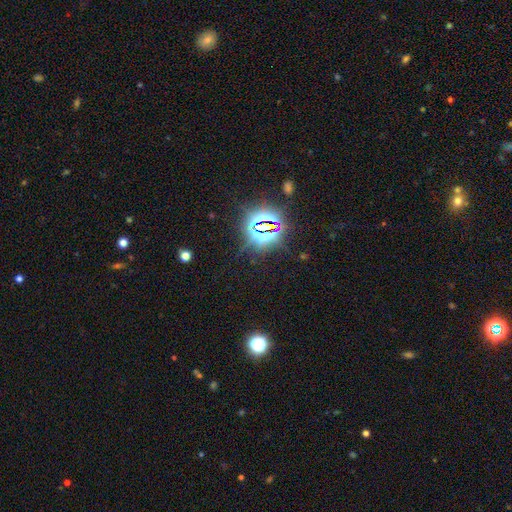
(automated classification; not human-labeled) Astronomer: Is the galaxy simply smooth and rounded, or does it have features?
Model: star or artifact — 81%.